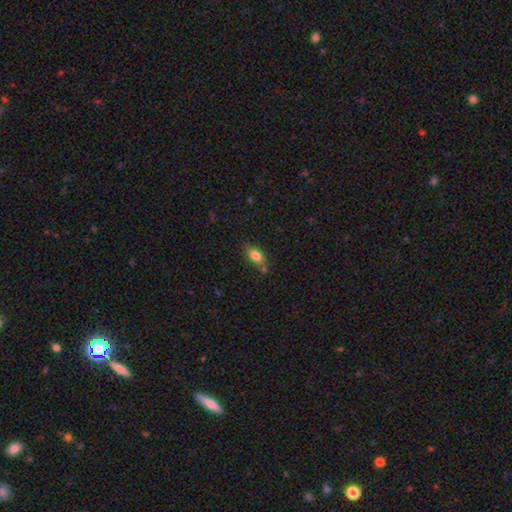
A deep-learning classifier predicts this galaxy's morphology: smooth-or-featured: smooth: 81% | featured or disk: 10% | star or artifact: 9%
  how-rounded: in between: 86% | round: 9% | cigar-shaped: 6%
  merging: none: 62% | minor disturbance: 21% | merger: 12% | major disturbance: 5%